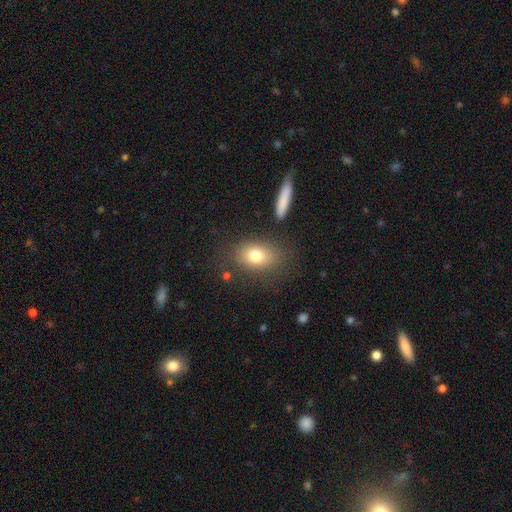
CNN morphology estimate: smooth_or_featured: smooth (p=0.77) [alt: featured or disk p=0.13]
how_rounded: in between (p=0.77) [alt: round p=0.21]
merging: none (p=0.78) [alt: minor disturbance p=0.13]